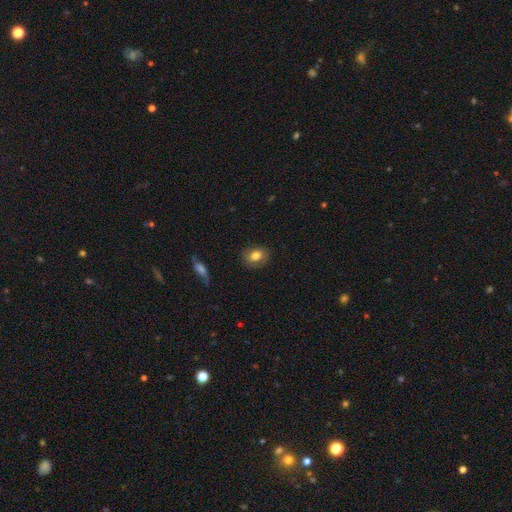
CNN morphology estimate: The model was most divided on "how rounded": in between: 59%, round: 40%, cigar-shaped: 1%. More confident: merging — none (84%); smooth or featured — smooth (79%).